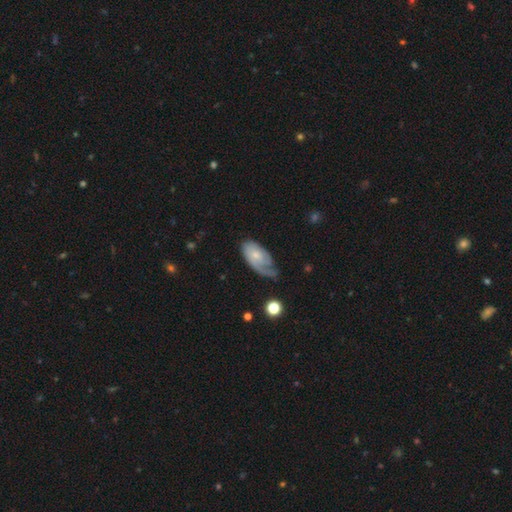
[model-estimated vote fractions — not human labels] Smooth or featured? featured or disk (58%)
Edge-on disk? no (93%)
Bar? no (71%)
Spiral arms? yes (85%)
Bulge size? small (55%)
Merging? none (44%)